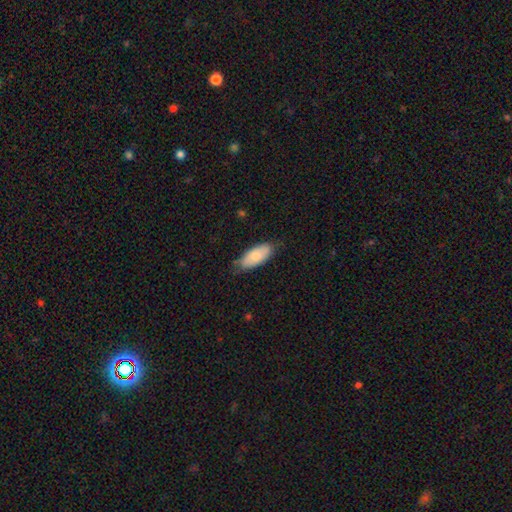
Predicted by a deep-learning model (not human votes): This appears to be a smooth galaxy with no disk features (81%) that is in between round and cigar-shaped (87%). Merging: none (71%).